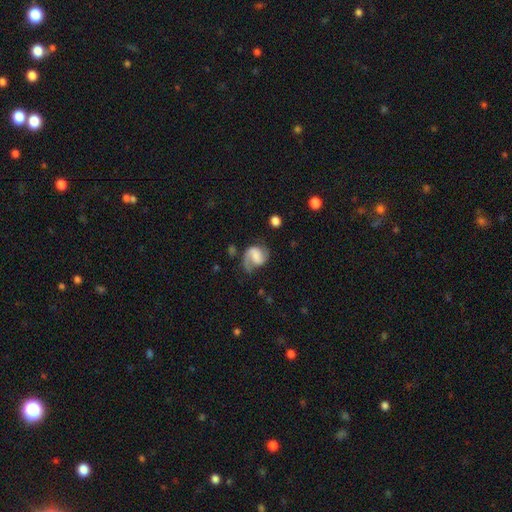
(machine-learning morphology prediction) Overall: featured or disk (72%). Edge-on disk: no (98%). Bar: weak (46%; no 32%). Spiral arms: yes (93%). Spiral arm count: 2 (71%). Spiral winding: medium (48%; loose 31%). Bulge size: small (32%; none 29%). Merging: none (56%; minor disturbance 24%).